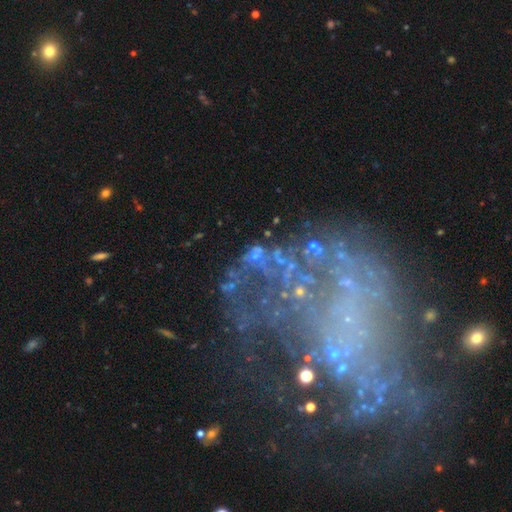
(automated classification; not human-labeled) Morphology: type=featured or disk (52%); edge-on=no (96%); merging=none (44%).